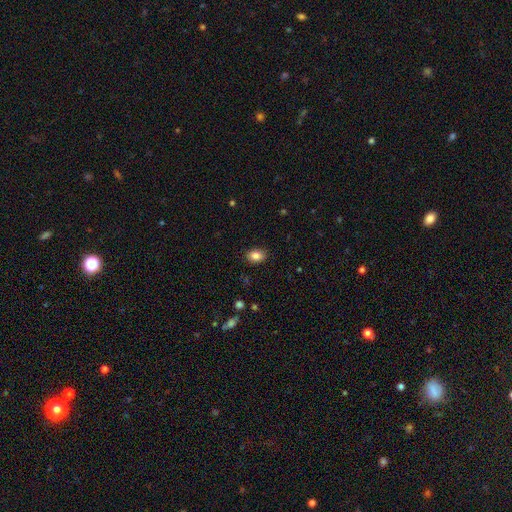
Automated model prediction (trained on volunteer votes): A smooth galaxy with no disk features (86%) that is in between round and cigar-shaped (82%). Merging: none (87%).